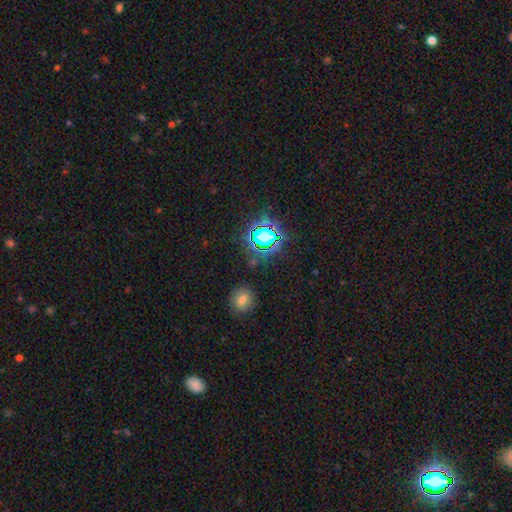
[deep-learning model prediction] star or artifact 66%, smooth 25%, featured or disk 8%.